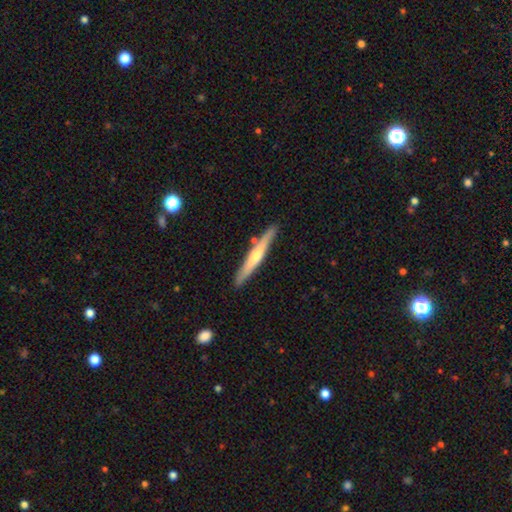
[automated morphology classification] Smooth or featured: featured or disk — 59% (smooth — 35%)
Edge-on disk: yes — 96% (no — 4%)
Edge-on bulge: rounded — 77% (none — 18%)
Merging: none — 88% (minor disturbance — 8%)